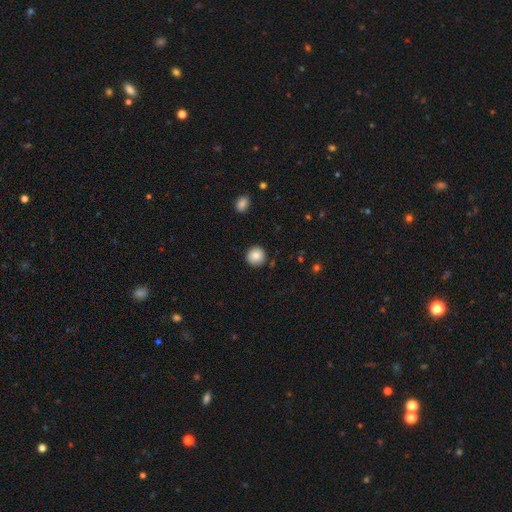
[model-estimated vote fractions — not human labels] smooth 87%, star or artifact 8%, featured or disk 5%. Down the decision tree: how rounded — round (94%); merging — none (90%).